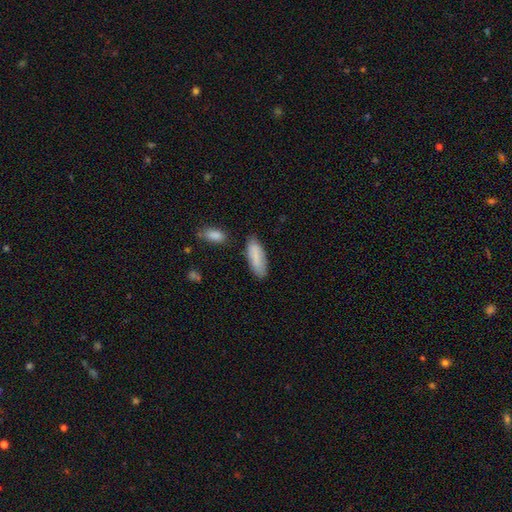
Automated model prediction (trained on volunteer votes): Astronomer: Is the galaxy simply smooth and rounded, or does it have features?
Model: smooth — 85%.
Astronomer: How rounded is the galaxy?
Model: in between — 65%.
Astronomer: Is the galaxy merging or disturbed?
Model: none — 77%.